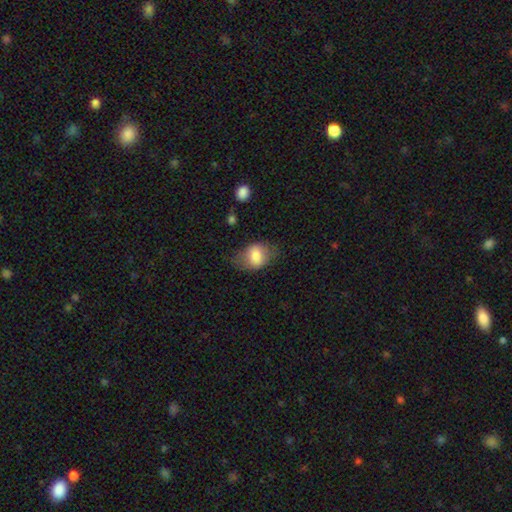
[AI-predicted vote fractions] Q: Smooth or featured?
A: smooth (73%); runner-up: featured or disk (20%)
Q: How rounded?
A: in between (74%); runner-up: round (25%)
Q: Merging?
A: none (61%); runner-up: minor disturbance (25%)